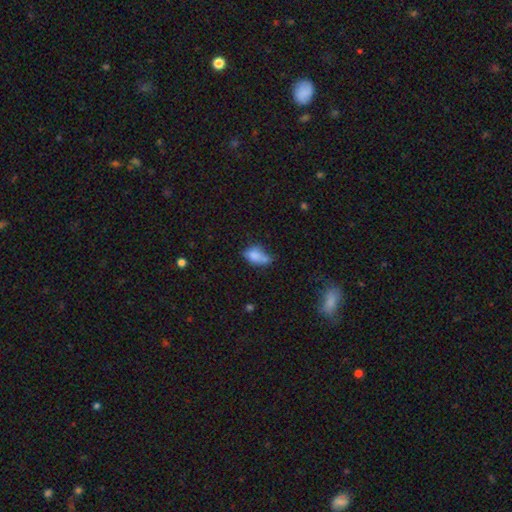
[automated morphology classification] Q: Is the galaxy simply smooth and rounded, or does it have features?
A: smooth — 75%.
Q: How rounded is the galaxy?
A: in between — 83%.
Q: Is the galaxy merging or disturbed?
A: none — 34%.